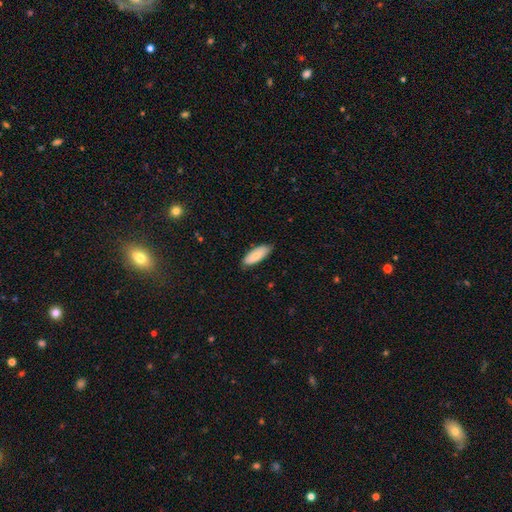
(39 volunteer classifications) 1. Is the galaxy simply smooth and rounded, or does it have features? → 82% smooth, 15% featured or disk, 3% star or artifact.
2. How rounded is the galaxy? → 88% in between, 12% cigar-shaped, 0% round.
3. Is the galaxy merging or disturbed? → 84% none, 13% minor disturbance, 3% major disturbance, 0% merger.